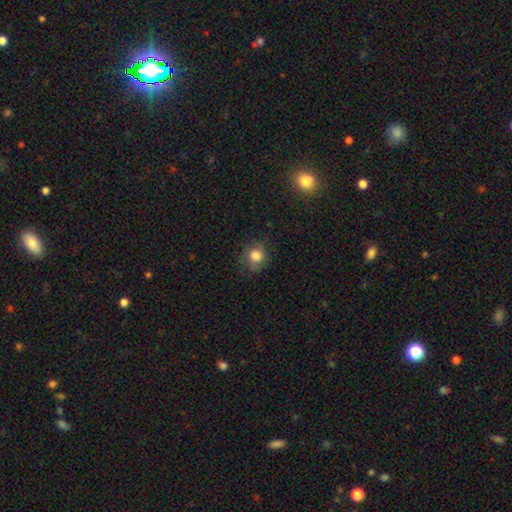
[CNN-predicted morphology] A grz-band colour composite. It shows a smooth galaxy with no disk features (75%) that is round (82%). Merging: none (73%).